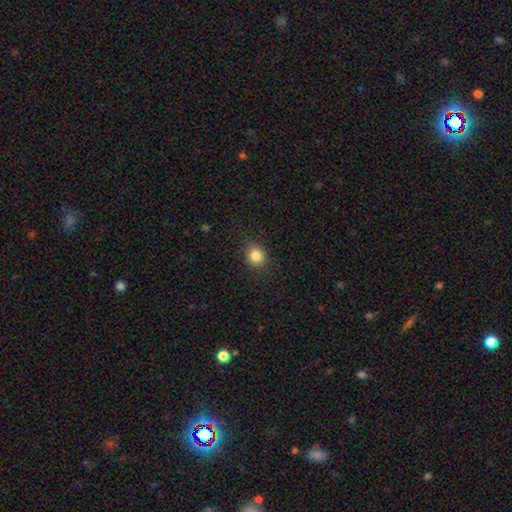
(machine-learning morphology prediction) The model was most divided on "how rounded": round: 75%, in between: 24%, cigar-shaped: 1%. More confident: merging — none (88%); smooth or featured — smooth (83%).